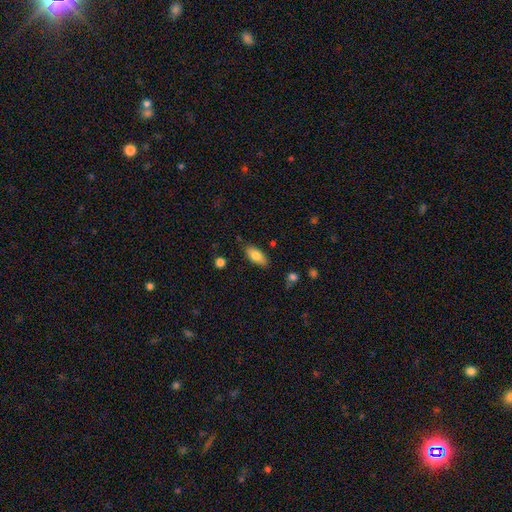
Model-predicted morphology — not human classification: smooth 80%, featured or disk 14%, star or artifact 7%. Down the decision tree: how rounded — in between (85%); merging — none (81%).